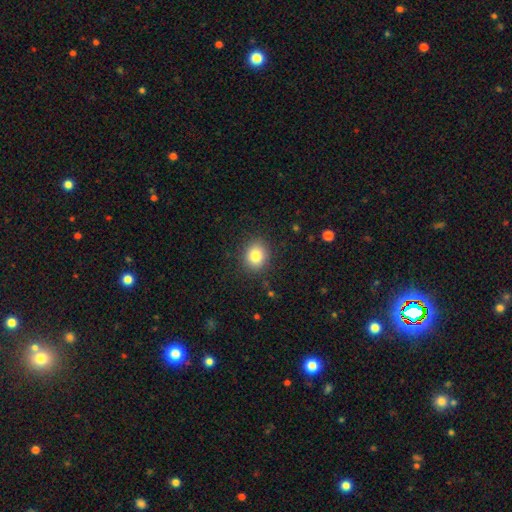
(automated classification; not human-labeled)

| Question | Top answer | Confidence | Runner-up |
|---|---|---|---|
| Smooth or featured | smooth | 81% | star or artifact (10%) |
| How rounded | round | 72% | in between (27%) |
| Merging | none | 89% | minor disturbance (8%) |